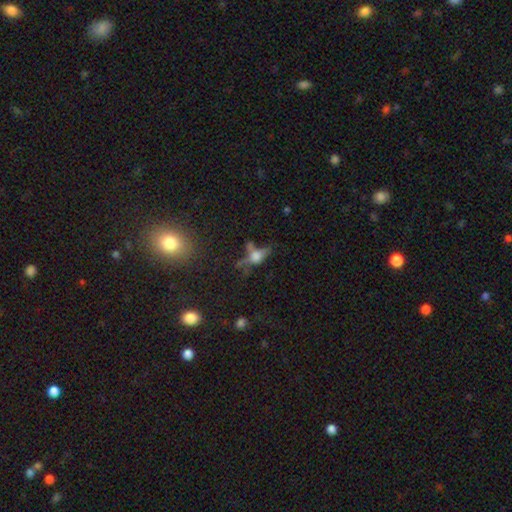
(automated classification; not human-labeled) Smooth or featured? featured or disk (42%)
Merging? none (46%)